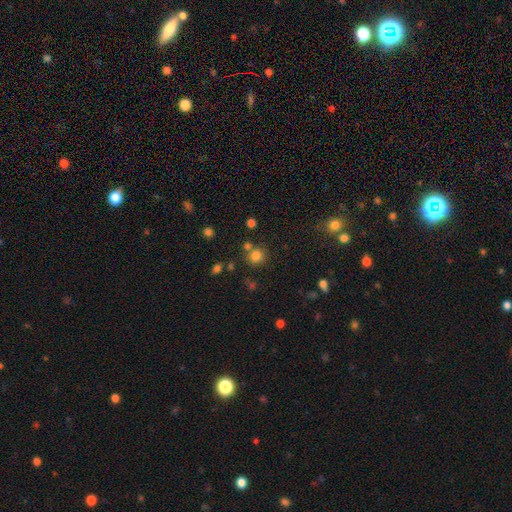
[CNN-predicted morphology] Smooth or featured?
  - smooth: 78% *
  - star or artifact: 16%
  - featured or disk: 6%
How rounded?
  - round: 87% *
  - in between: 12%
  - cigar-shaped: 1%
Merging?
  - none: 72% *
  - merger: 16%
  - minor disturbance: 9%
  - major disturbance: 4%